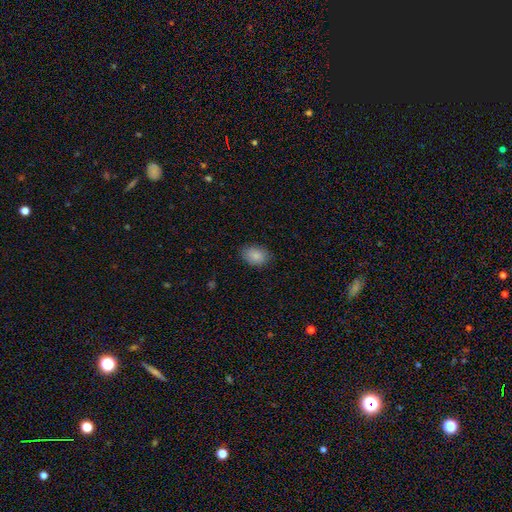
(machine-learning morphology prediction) smooth_or_featured: smooth (p=0.86) [alt: star or artifact p=0.07]
how_rounded: in between (p=0.78) [alt: round p=0.21]
merging: none (p=0.84) [alt: minor disturbance p=0.12]